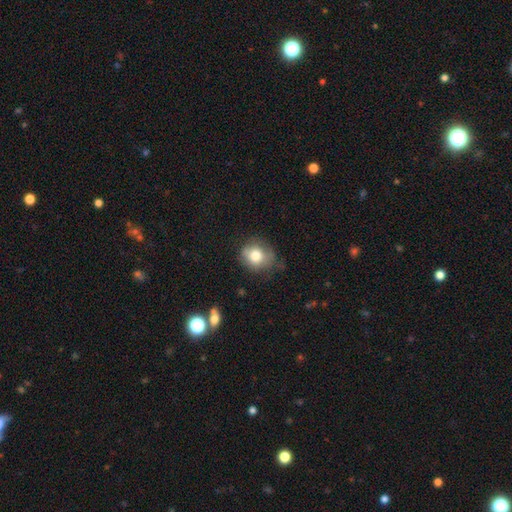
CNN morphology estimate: Overall: smooth (76%). How rounded: round (73%). Merging: none (62%; minor disturbance 27%).